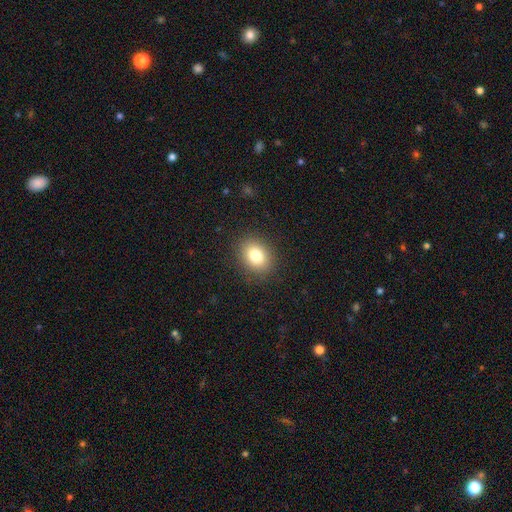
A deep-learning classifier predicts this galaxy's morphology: Overall: smooth (81%). How rounded: in between (56%; round 43%). Merging: none (88%).